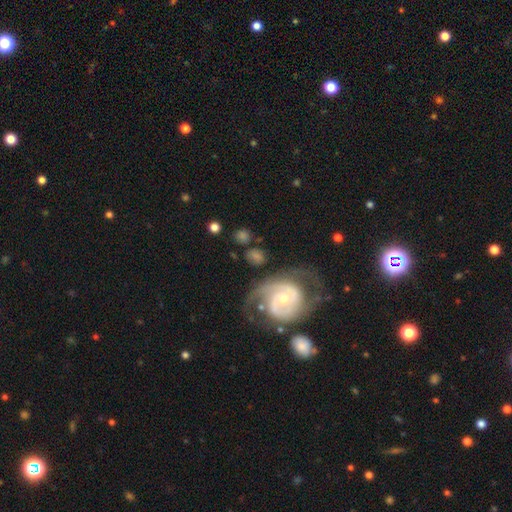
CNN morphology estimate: featured or disk 76%, smooth 17%, star or artifact 8%. Down the decision tree: edge-on disk — no (97%); bar — no (55%); spiral arms — yes (91%); spiral arm count — 2 (71%); spiral winding — medium (42%); bulge size — small (48%); merging — none (55%).